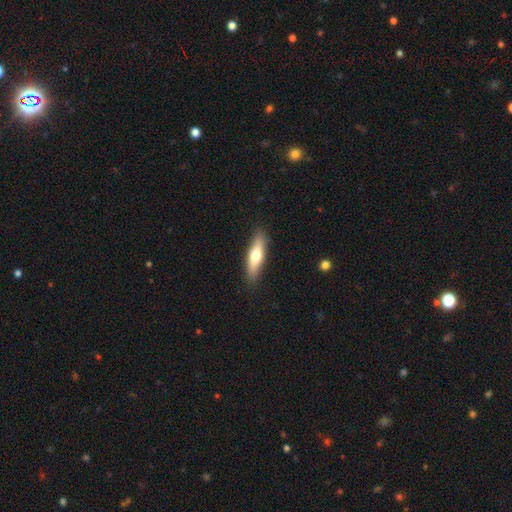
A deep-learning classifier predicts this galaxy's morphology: Smooth or featured: smooth — 59% (featured or disk — 35%)
How rounded: cigar-shaped — 66% (in between — 32%)
Merging: none — 88% (minor disturbance — 9%)